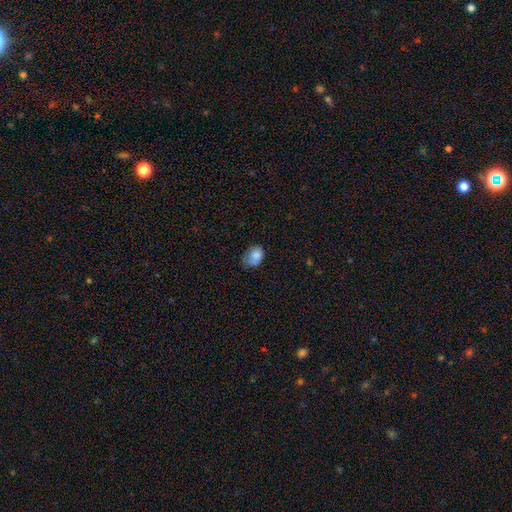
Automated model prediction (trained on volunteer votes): smooth 76%, featured or disk 15%, star or artifact 8%. Down the decision tree: how rounded — in between (69%); merging — none (41%).